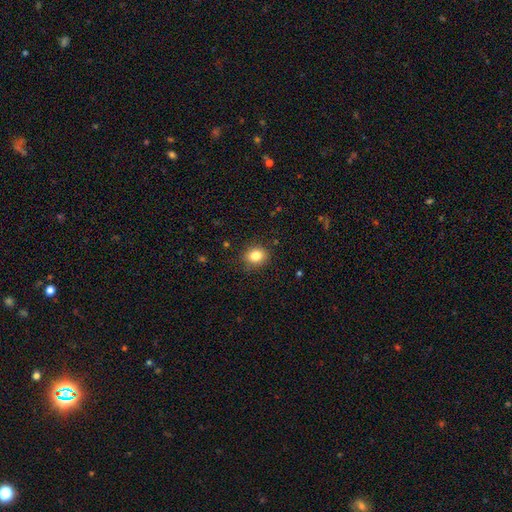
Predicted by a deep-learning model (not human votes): Smooth or featured: smooth — 83% (star or artifact — 11%)
How rounded: round — 71% (in between — 28%)
Merging: none — 87% (minor disturbance — 9%)